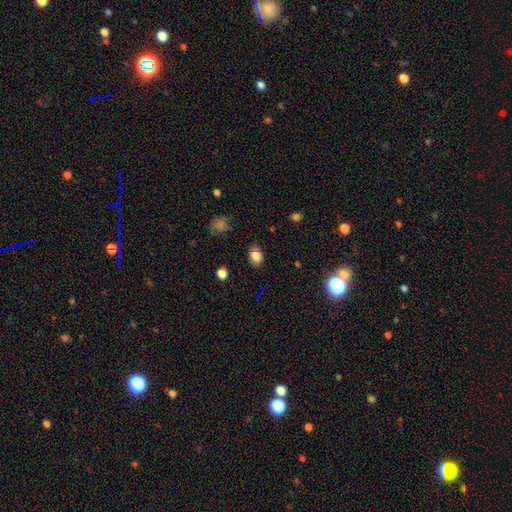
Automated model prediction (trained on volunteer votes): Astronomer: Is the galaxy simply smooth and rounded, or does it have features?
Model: smooth — 81%.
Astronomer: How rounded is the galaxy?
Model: in between — 74%.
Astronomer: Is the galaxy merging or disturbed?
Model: none — 83%.